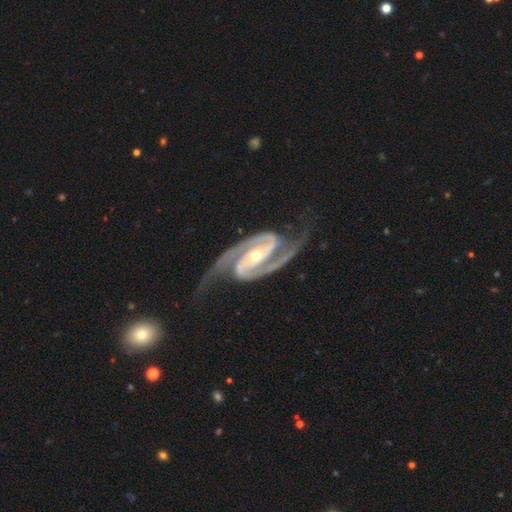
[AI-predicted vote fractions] The model was most divided on "bulge size": moderate: 51%, small: 45%, large: 2%, none: 1%, dominant: 1%. More confident: spiral arms — yes (99%); edge-on disk — no (98%); smooth or featured — featured or disk (95%); spiral arm count — 2 (94%); merging — none (74%); spiral winding — medium (57%); bar — strong (51%).